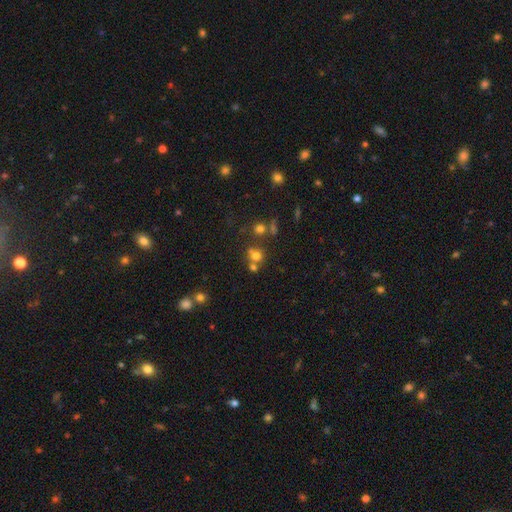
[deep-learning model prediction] A smooth galaxy with no disk features (66%) that is round (79%). Merging: none (49%).